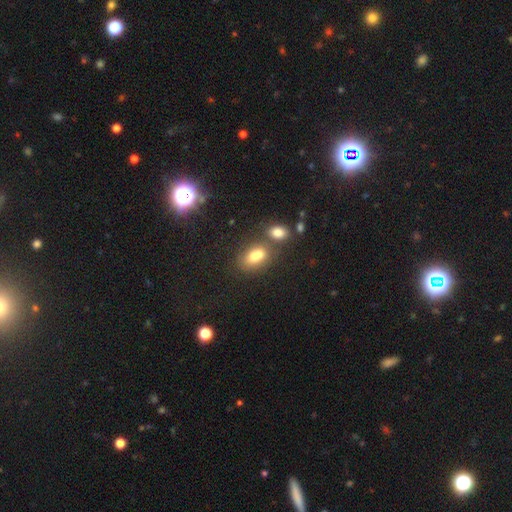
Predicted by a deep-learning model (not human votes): Q: Smooth or featured?
A: smooth (77%); runner-up: featured or disk (12%)
Q: How rounded?
A: in between (84%); runner-up: round (13%)
Q: Merging?
A: none (42%); runner-up: merger (41%)